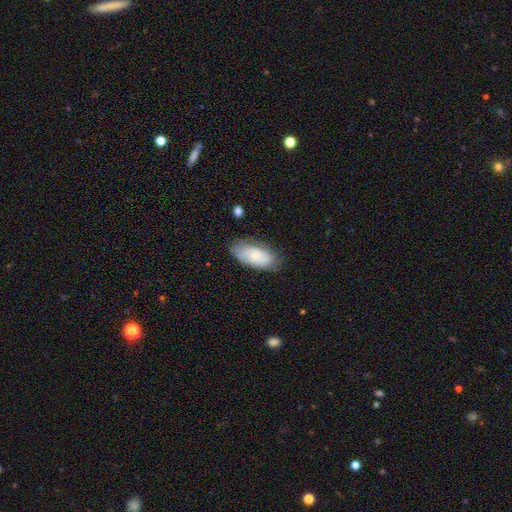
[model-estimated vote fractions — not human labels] This is likely a smooth galaxy (74%). How rounded: clearly in between (91%). Merging: likely none (71%).